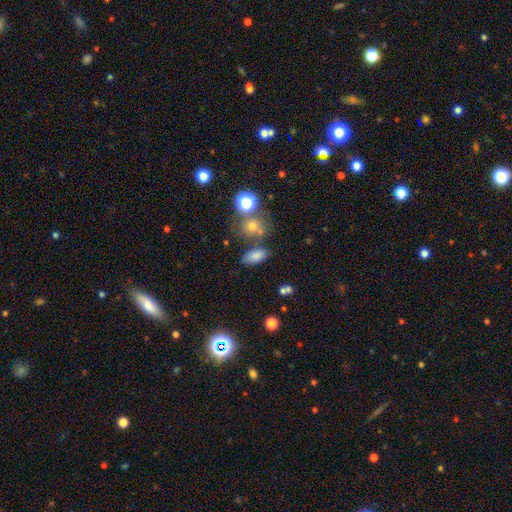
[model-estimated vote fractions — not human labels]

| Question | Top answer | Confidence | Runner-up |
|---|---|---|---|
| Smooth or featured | smooth | 77% | star or artifact (13%) |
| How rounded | in between | 87% | round (8%) |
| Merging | none | 64% | merger (15%) |